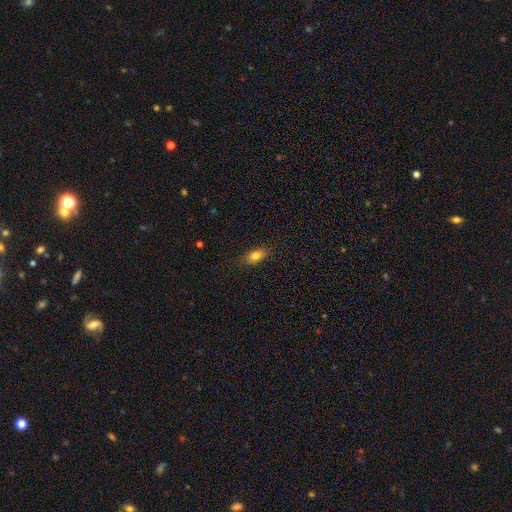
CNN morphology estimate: smooth-or-featured: smooth: 80% | featured or disk: 11% | star or artifact: 9%
  how-rounded: in between: 83% | round: 11% | cigar-shaped: 6%
  merging: none: 84% | minor disturbance: 12% | major disturbance: 3% | merger: 1%